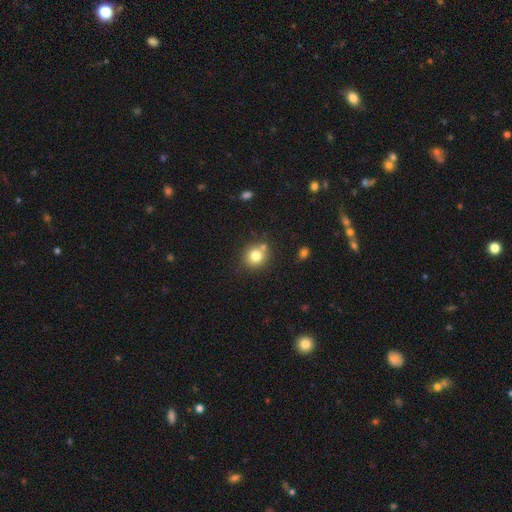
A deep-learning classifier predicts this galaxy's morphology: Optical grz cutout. It shows a smooth galaxy with no disk features (80%) that is round (85%). Merging: none (73%).